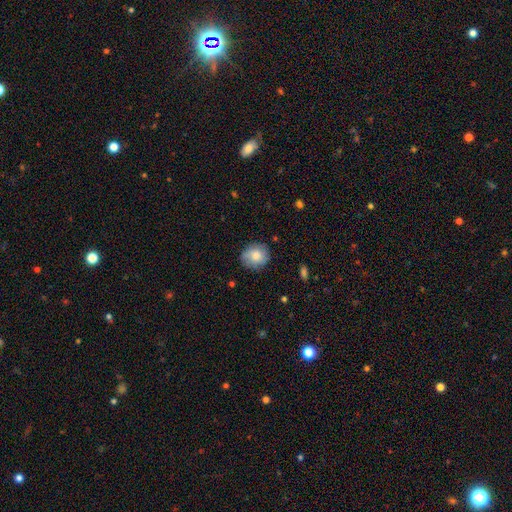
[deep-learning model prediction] A smooth galaxy with no disk features (80%) that is round (77%).

Vote fractions:
- Smooth or featured? smooth: 80% / featured or disk: 13% / star or artifact: 7%
- How rounded? round: 77% / in between: 22% / cigar-shaped: 1%
- Merging? none: 79% / minor disturbance: 16% / major disturbance: 3% / merger: 1%